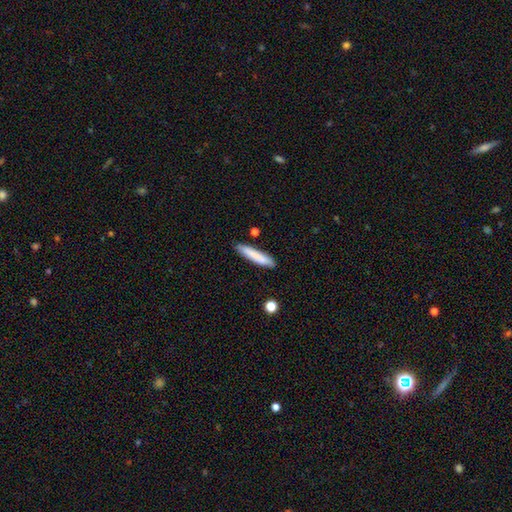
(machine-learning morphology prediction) Smooth or featured?
  - smooth: 81% *
  - featured or disk: 13%
  - star or artifact: 6%
How rounded?
  - cigar-shaped: 88% *
  - in between: 11%
  - round: 1%
Merging?
  - none: 85% *
  - minor disturbance: 10%
  - merger: 2%
  - major disturbance: 2%